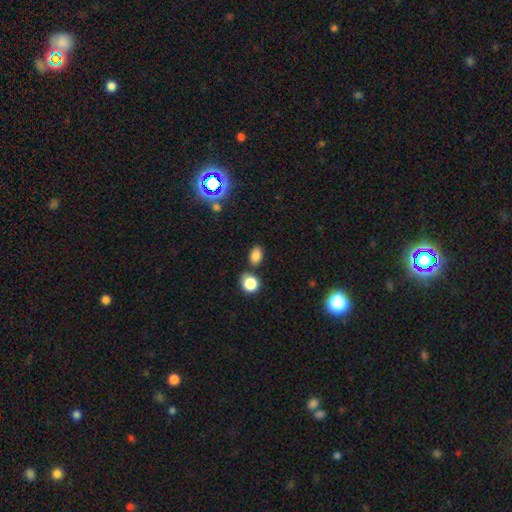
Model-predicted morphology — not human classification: Smooth or featured?
  - smooth: 81% *
  - star or artifact: 13%
  - featured or disk: 5%
How rounded?
  - in between: 78% *
  - round: 21%
  - cigar-shaped: 1%
Merging?
  - none: 74% *
  - minor disturbance: 12%
  - merger: 11%
  - major disturbance: 4%